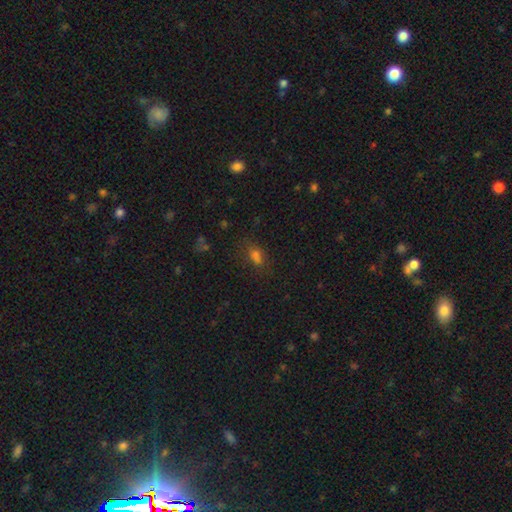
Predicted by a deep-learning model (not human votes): Smooth or featured? Predicted: smooth (p=0.65). How rounded? Predicted: in between (p=0.71). Merging? Predicted: none (p=0.62).